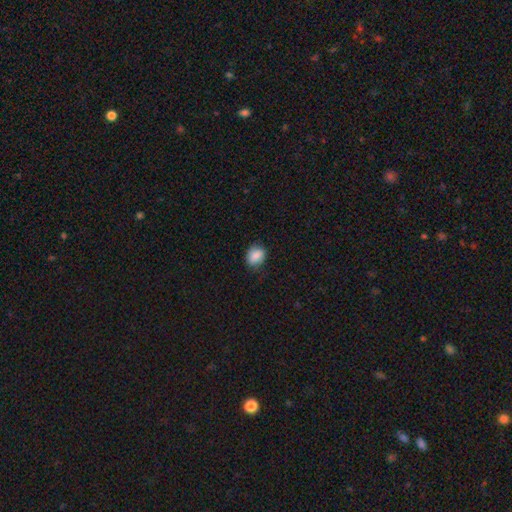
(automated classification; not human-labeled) This appears to be a smooth galaxy with no disk features (85%) that is in between round and cigar-shaped (59%). Merging: none (77%).